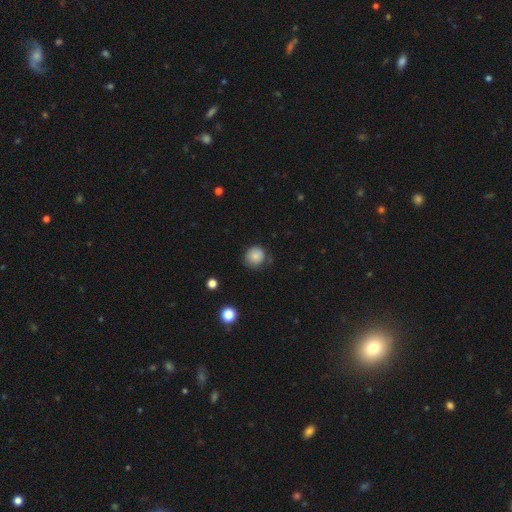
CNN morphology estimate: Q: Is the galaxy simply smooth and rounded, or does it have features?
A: smooth — 82%.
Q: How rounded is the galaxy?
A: round — 90%.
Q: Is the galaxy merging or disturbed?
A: none — 72%.